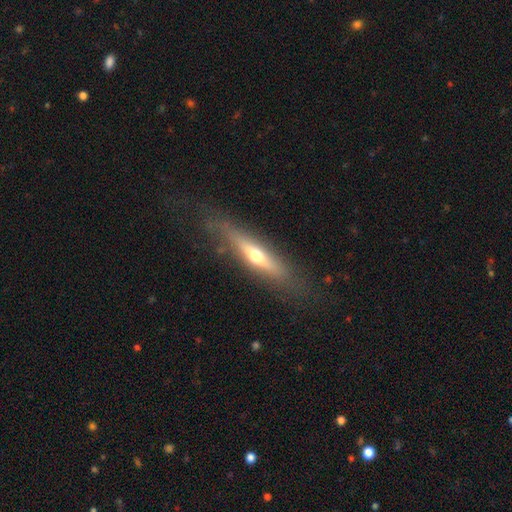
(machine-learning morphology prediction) type=featured or disk (52%); edge-on=yes (87%); merging=none (76%).